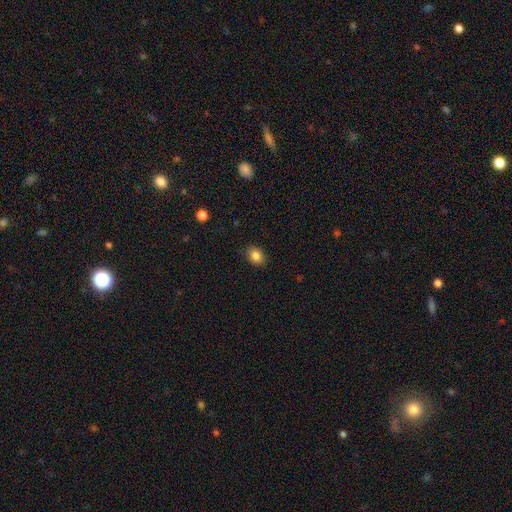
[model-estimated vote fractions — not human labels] Smooth or featured?
  - smooth: 85% *
  - star or artifact: 10%
  - featured or disk: 5%
How rounded?
  - in between: 59% *
  - round: 40%
  - cigar-shaped: 1%
Merging?
  - none: 86% *
  - minor disturbance: 11%
  - major disturbance: 2%
  - merger: 1%